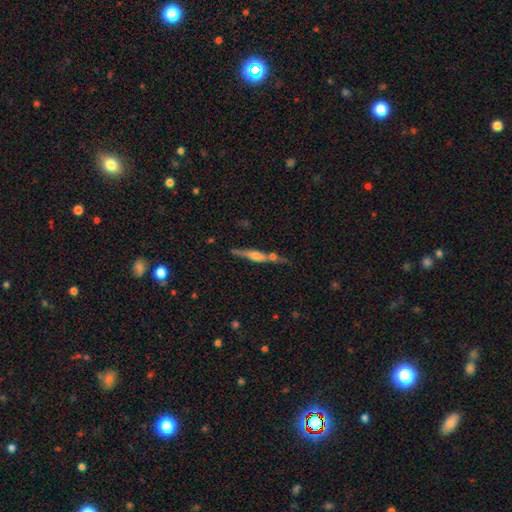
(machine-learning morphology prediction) type=featured or disk (65%); edge-on=yes (94%); edge-on bulge=rounded (70%); merging=none (63%).